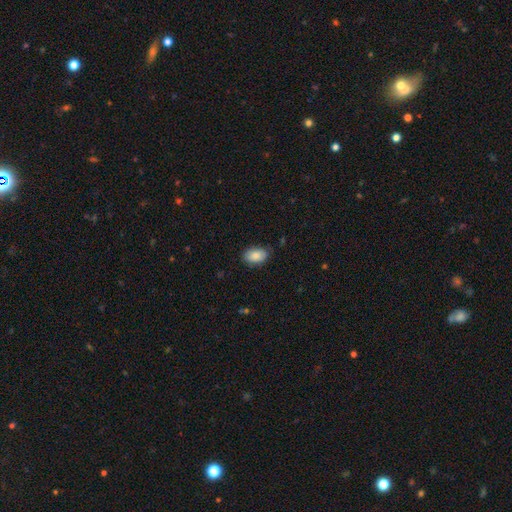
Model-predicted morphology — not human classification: A smooth galaxy with no disk features (86%) that is in between round and cigar-shaped (90%).

Vote fractions:
- Smooth or featured? smooth: 86% / featured or disk: 7% / star or artifact: 7%
- How rounded? in between: 90% / round: 9% / cigar-shaped: 1%
- Merging? none: 81% / minor disturbance: 15% / major disturbance: 3% / merger: 1%